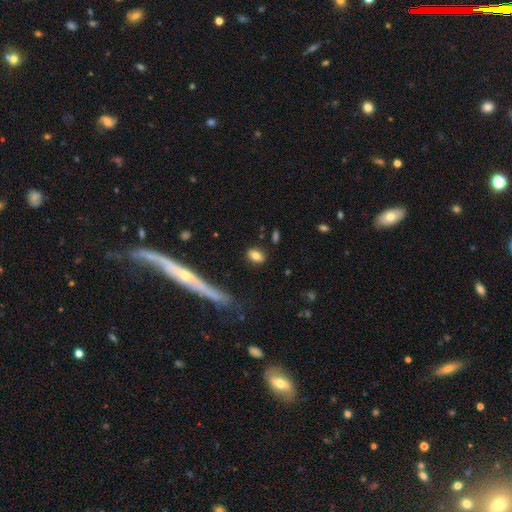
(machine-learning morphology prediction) smooth 80%, featured or disk 12%, star or artifact 8%. Down the decision tree: how rounded — in between (70%); merging — none (86%).